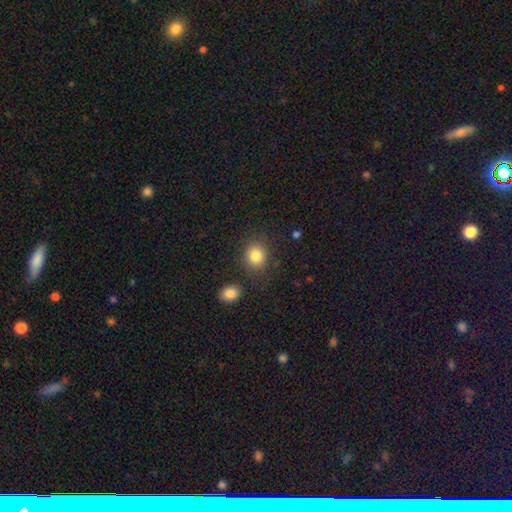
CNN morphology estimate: A smooth galaxy with no disk features (84%) that is round (72%). Merging: none (81%).